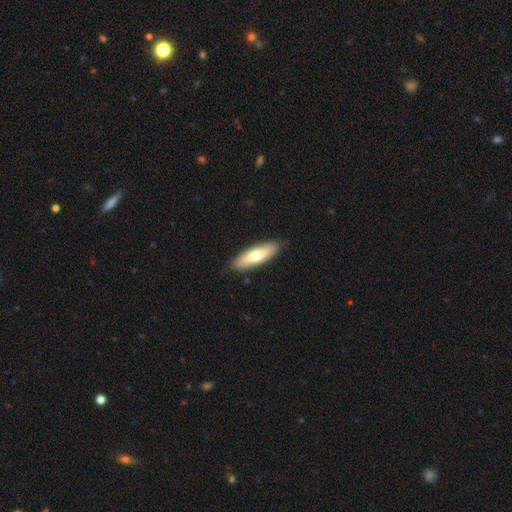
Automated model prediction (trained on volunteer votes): Smooth or featured: smooth — 64% (featured or disk — 31%)
How rounded: cigar-shaped — 55% (in between — 43%)
Merging: none — 88% (minor disturbance — 9%)